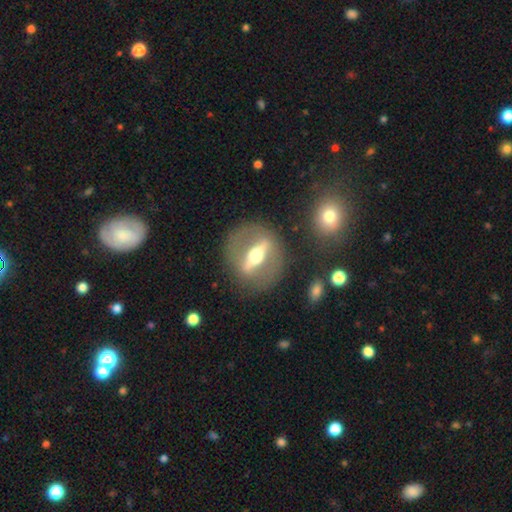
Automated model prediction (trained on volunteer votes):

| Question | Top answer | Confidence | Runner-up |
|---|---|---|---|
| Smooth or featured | featured or disk | 79% | smooth (14%) |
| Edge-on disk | no | 53% | yes (47%) |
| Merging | none | 81% | minor disturbance (9%) |